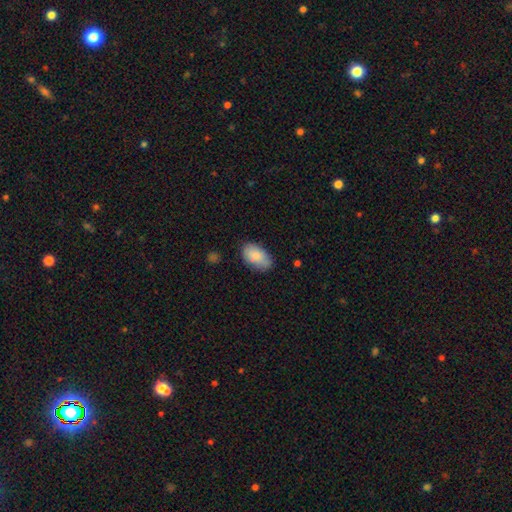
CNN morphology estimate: smooth_or_featured: smooth (p=0.84) [alt: featured or disk p=0.10]
how_rounded: in between (p=0.92) [alt: round p=0.06]
merging: none (p=0.74) [alt: minor disturbance p=0.20]